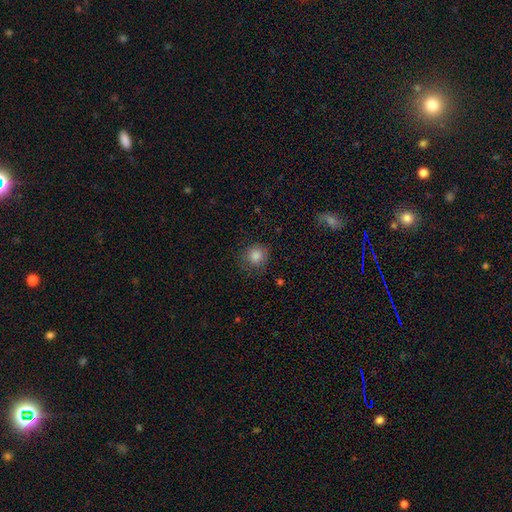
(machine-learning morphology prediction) smooth-or-featured: smooth: 83% | star or artifact: 11% | featured or disk: 5%
  how-rounded: round: 88% | in between: 11% | cigar-shaped: 1%
  merging: none: 81% | minor disturbance: 14% | major disturbance: 4% | merger: 1%